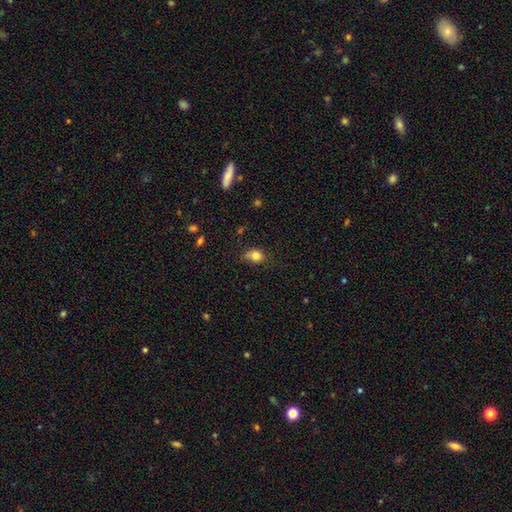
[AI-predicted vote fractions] This is clearly a smooth galaxy (81%). How rounded: possibly in between (51%). Merging: possibly none (57%).